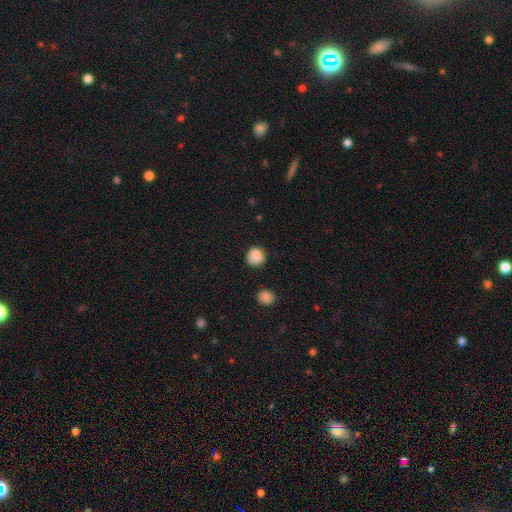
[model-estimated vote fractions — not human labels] Smooth or featured: smooth — 85% (star or artifact — 9%)
How rounded: round — 88% (in between — 11%)
Merging: none — 80% (minor disturbance — 14%)